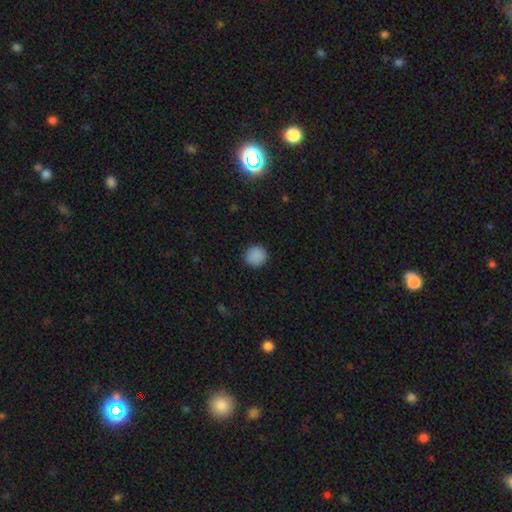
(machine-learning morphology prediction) Smooth or featured? Predicted: smooth (p=0.88). How rounded? Predicted: round (p=0.93). Merging? Predicted: none (p=0.91).